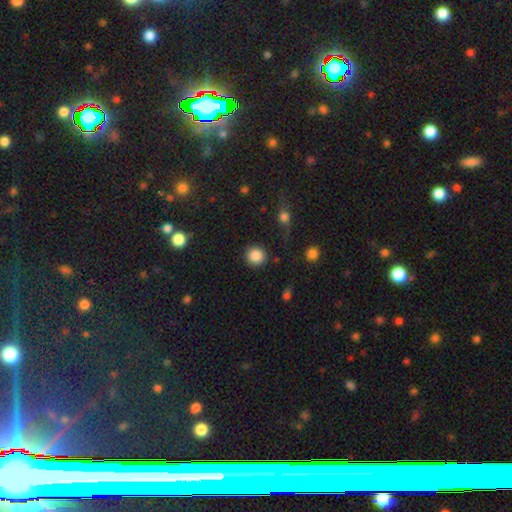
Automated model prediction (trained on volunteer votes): A smooth galaxy with no disk features (86%) that is round (91%). Merging: none (87%).